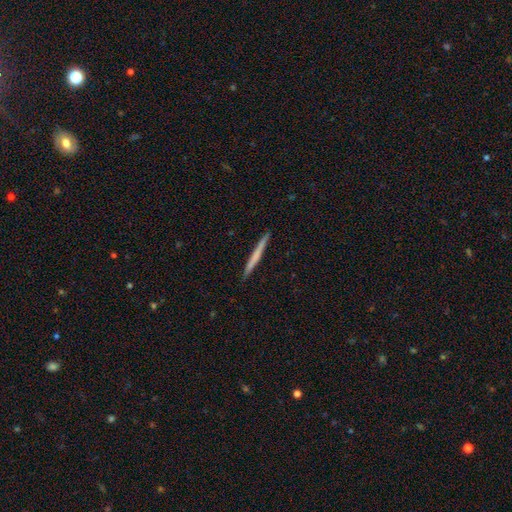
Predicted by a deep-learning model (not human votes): Smooth or featured: smooth — 56% (featured or disk — 39%)
How rounded: cigar-shaped — 97% (in between — 2%)
Merging: none — 93% (minor disturbance — 5%)